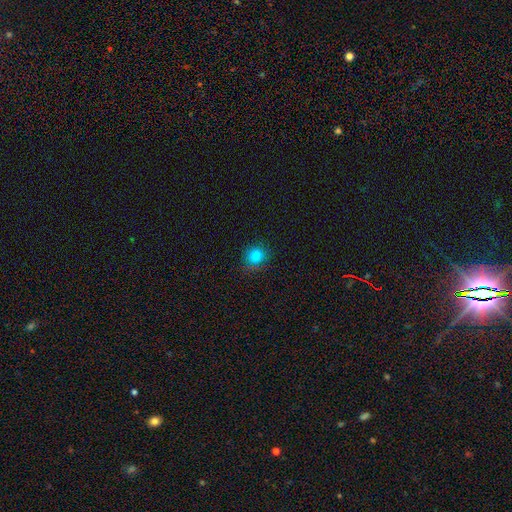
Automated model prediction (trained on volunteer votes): Q: Smooth or featured?
A: smooth (84%); runner-up: star or artifact (12%)
Q: How rounded?
A: round (80%); runner-up: in between (19%)
Q: Merging?
A: none (77%); runner-up: minor disturbance (17%)